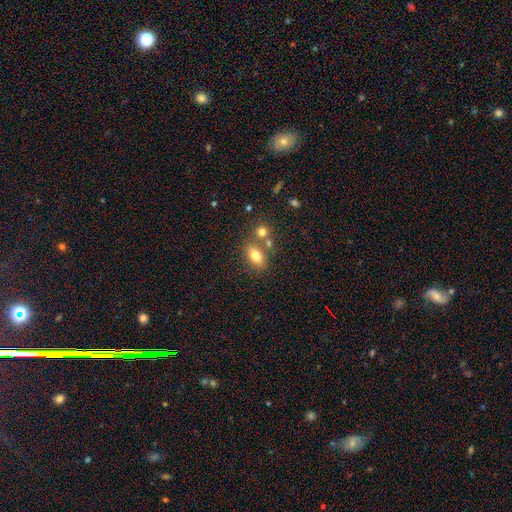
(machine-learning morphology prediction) type=smooth (75%); roundness=in between (82%); merging=none (59%).